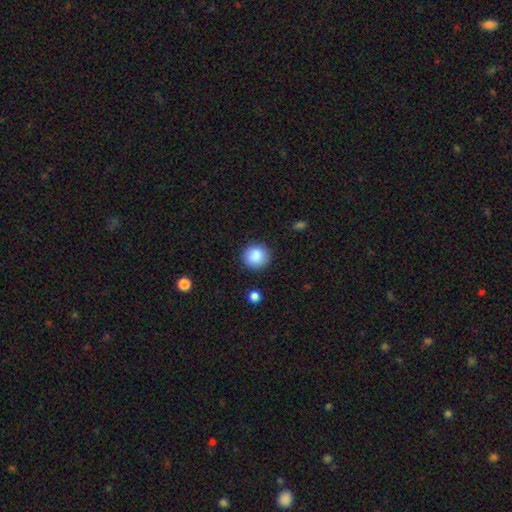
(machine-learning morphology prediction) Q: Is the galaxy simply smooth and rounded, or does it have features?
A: smooth — 88%.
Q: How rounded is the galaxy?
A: round — 90%.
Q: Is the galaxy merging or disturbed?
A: none — 88%.